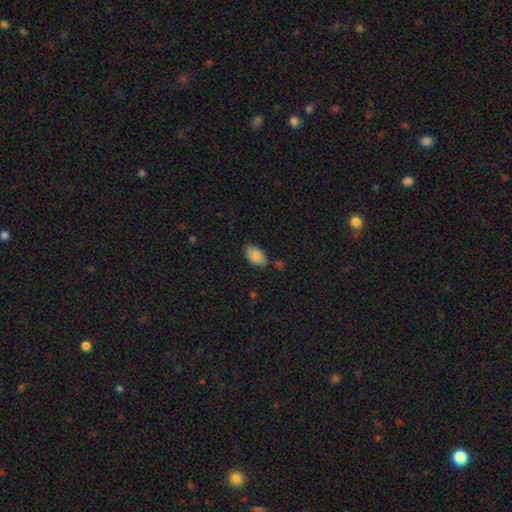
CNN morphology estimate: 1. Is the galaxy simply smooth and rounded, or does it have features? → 86% smooth, 7% star or artifact, 7% featured or disk.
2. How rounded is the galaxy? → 94% in between, 4% round, 2% cigar-shaped.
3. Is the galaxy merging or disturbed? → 74% none, 18% minor disturbance, 5% merger, 4% major disturbance.